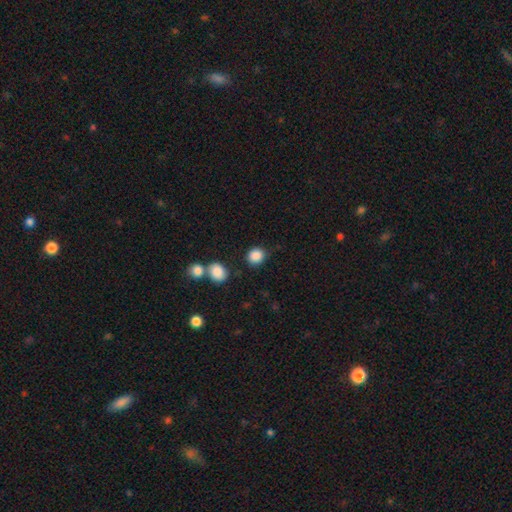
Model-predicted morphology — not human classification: smooth-or-featured: smooth: 87% | star or artifact: 9% | featured or disk: 3%
  how-rounded: round: 78% | in between: 21% | cigar-shaped: 1%
  merging: none: 80% | minor disturbance: 11% | merger: 5% | major disturbance: 4%